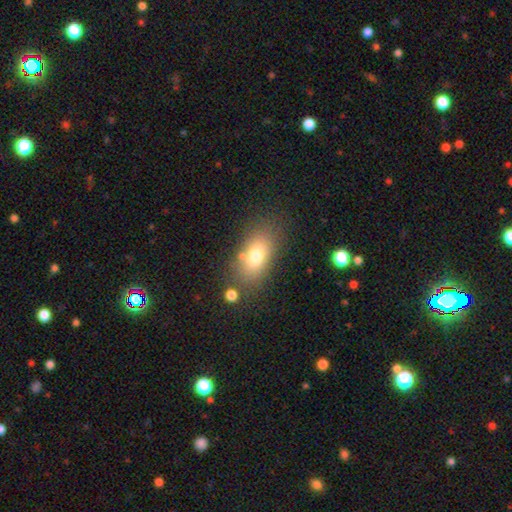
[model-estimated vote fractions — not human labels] Smooth or featured?
  - smooth: 75% *
  - featured or disk: 15%
  - star or artifact: 11%
How rounded?
  - in between: 86% *
  - round: 9%
  - cigar-shaped: 5%
Merging?
  - none: 76% *
  - minor disturbance: 13%
  - merger: 6%
  - major disturbance: 5%